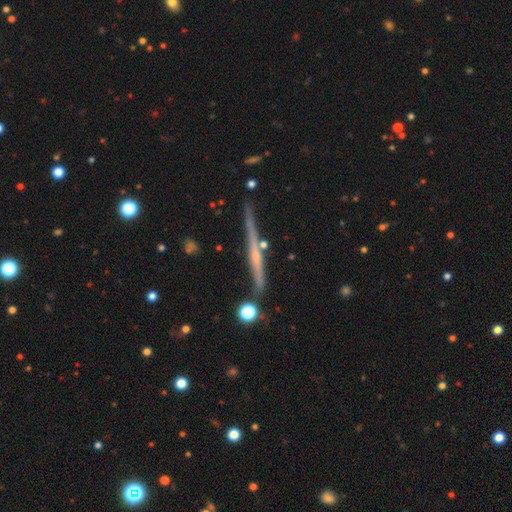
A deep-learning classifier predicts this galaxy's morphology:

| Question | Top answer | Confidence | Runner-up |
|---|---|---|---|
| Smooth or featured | featured or disk | 71% | smooth (22%) |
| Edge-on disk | yes | 97% | no (3%) |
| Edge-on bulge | none | 59% | rounded (34%) |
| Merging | none | 81% | minor disturbance (12%) |